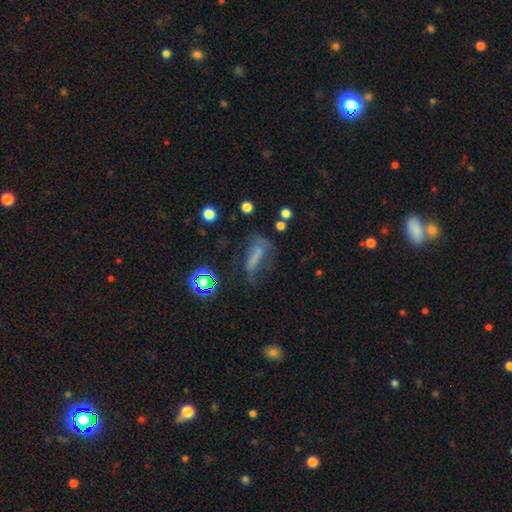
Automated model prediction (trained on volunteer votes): A smooth galaxy with no disk features (48%). Merging: none (38%).